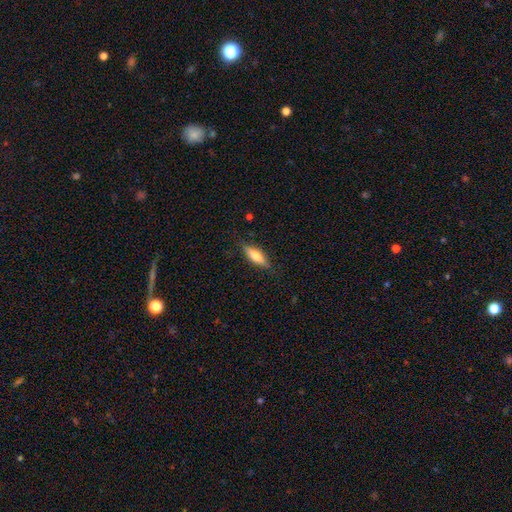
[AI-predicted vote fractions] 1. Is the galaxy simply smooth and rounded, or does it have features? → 67% smooth, 27% featured or disk, 6% star or artifact.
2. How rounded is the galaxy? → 54% in between, 44% cigar-shaped, 2% round.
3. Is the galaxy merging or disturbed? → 83% none, 13% minor disturbance, 3% major disturbance, 1% merger.